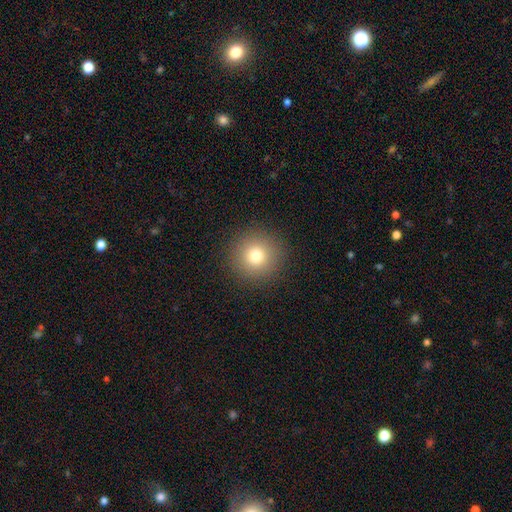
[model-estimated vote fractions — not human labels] Morphology: type=smooth (78%); roundness=round (95%); merging=none (92%).